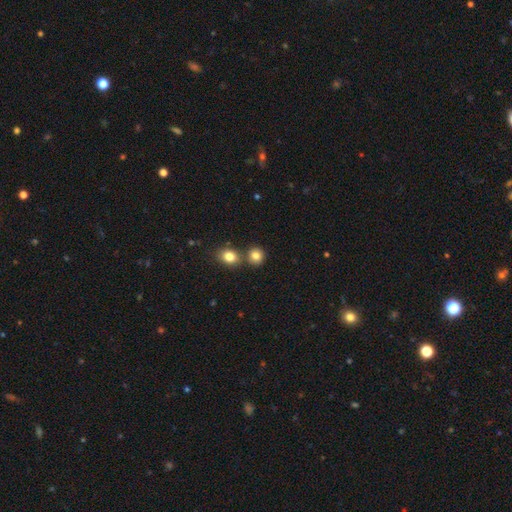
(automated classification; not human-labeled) Smooth or featured: smooth — 82% (star or artifact — 11%)
How rounded: round — 82% (in between — 17%)
Merging: none — 69% (merger — 20%)